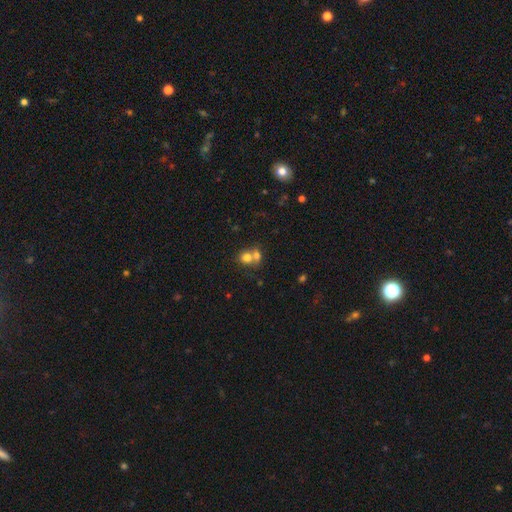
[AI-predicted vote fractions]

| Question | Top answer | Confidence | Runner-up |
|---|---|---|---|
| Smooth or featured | smooth | 72% | featured or disk (16%) |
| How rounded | round | 68% | in between (31%) |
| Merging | merger | 62% | none (28%) |